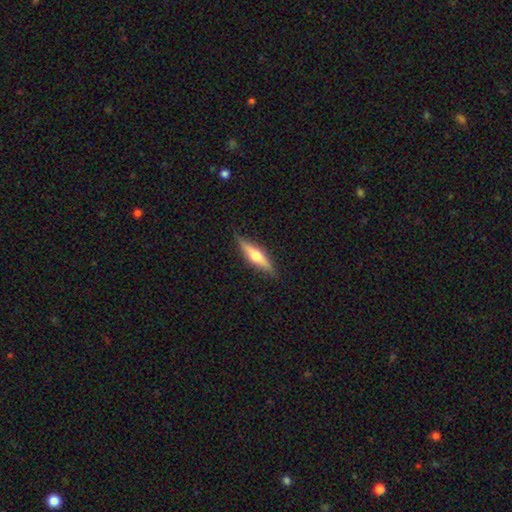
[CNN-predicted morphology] Smooth or featured? featured or disk (56%)
Edge-on disk? yes (95%)
Edge-on bulge? rounded (90%)
Merging? none (87%)